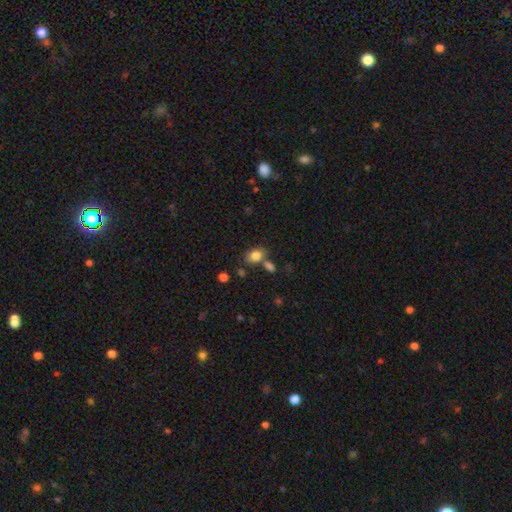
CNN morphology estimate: A smooth galaxy with no disk features (83%) that is in between round and cigar-shaped (76%). Merging: none (63%).